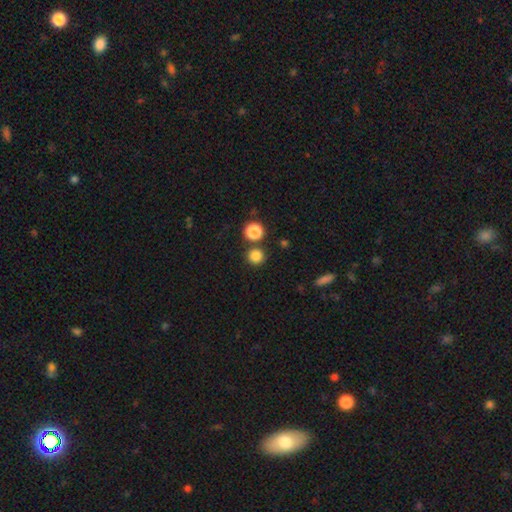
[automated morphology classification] Smooth or featured: smooth — 83% (star or artifact — 13%)
How rounded: round — 93% (in between — 6%)
Merging: none — 81% (merger — 10%)